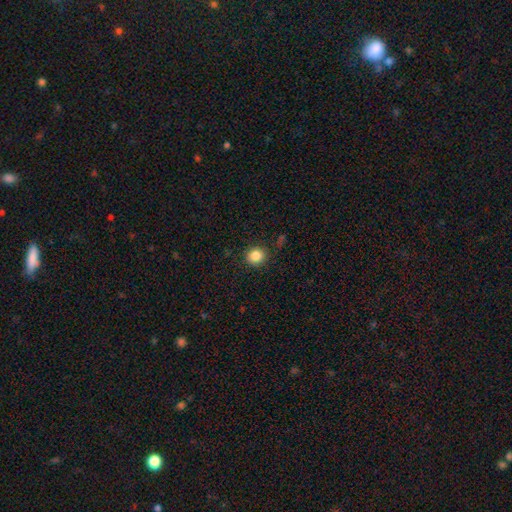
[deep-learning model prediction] The model was most divided on "how rounded": round: 87%, in between: 12%, cigar-shaped: 1%. More confident: merging — none (87%); smooth or featured — smooth (85%).